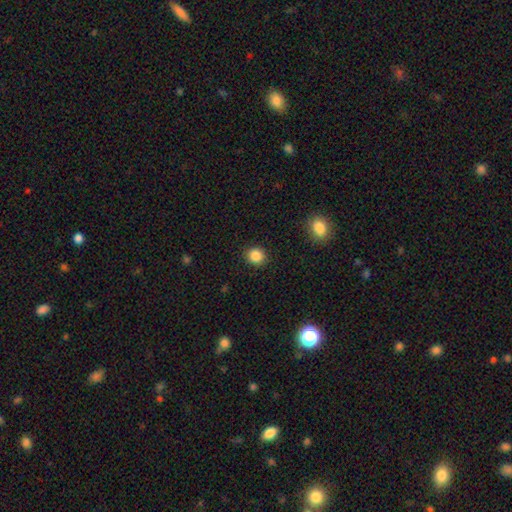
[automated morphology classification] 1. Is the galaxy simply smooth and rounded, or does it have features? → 86% smooth, 10% star or artifact, 4% featured or disk.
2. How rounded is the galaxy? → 86% round, 13% in between, 1% cigar-shaped.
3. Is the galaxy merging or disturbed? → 91% none, 6% minor disturbance, 2% major disturbance, 1% merger.